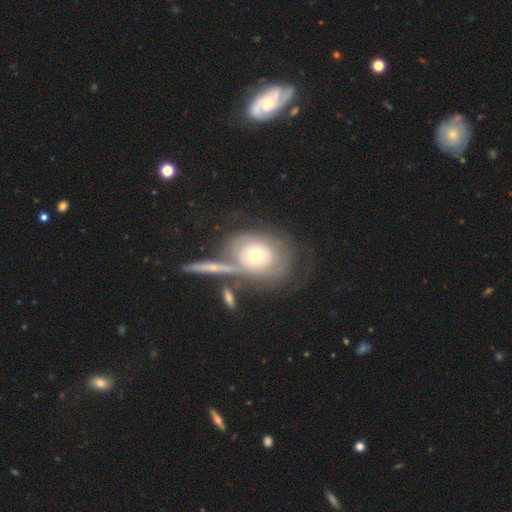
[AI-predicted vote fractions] Smooth or featured: featured or disk — 65% (smooth — 28%)
Edge-on disk: no — 92% (yes — 8%)
Bar: no — 86% (weak — 10%)
Spiral arms: yes — 69% (no — 31%)
Bulge size: moderate — 47% (small — 46%)
Merging: none — 46% (merger — 23%)